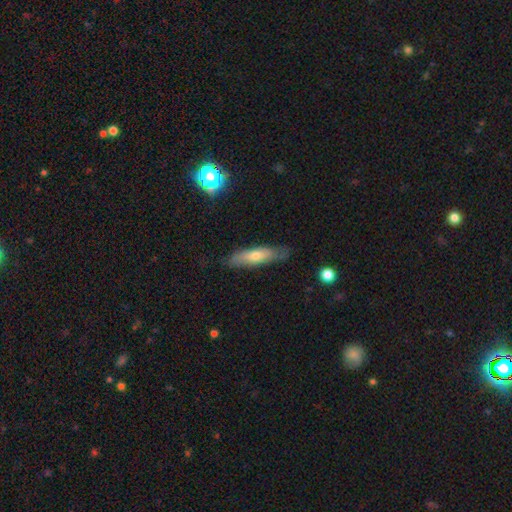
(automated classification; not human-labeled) A smooth galaxy with no disk features (56%) that is cigar-shaped (69%).

Vote fractions:
- Smooth or featured? smooth: 56% / featured or disk: 37% / star or artifact: 7%
- How rounded? cigar-shaped: 69% / in between: 29% / round: 2%
- Merging? none: 75% / minor disturbance: 19% / major disturbance: 4% / merger: 2%